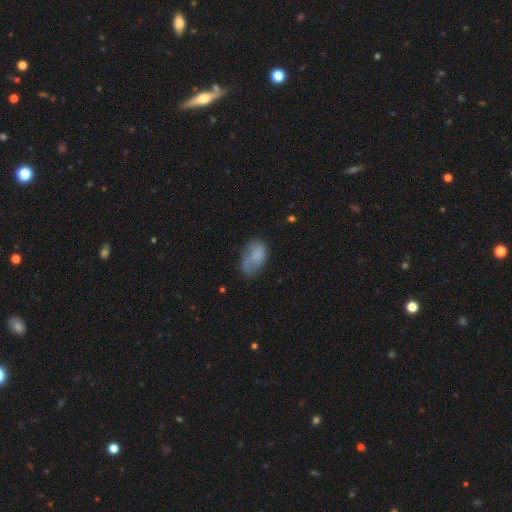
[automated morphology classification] type=smooth (66%); roundness=in between (91%); merging=none (45%).